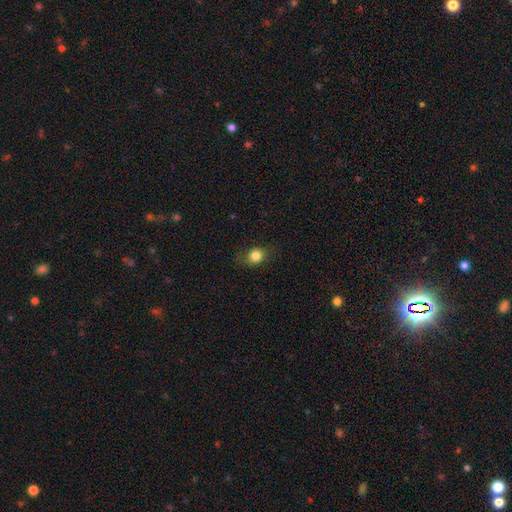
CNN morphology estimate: Smooth or featured? Predicted: smooth (p=0.82). How rounded? Predicted: round (p=0.65). Merging? Predicted: none (p=0.79).